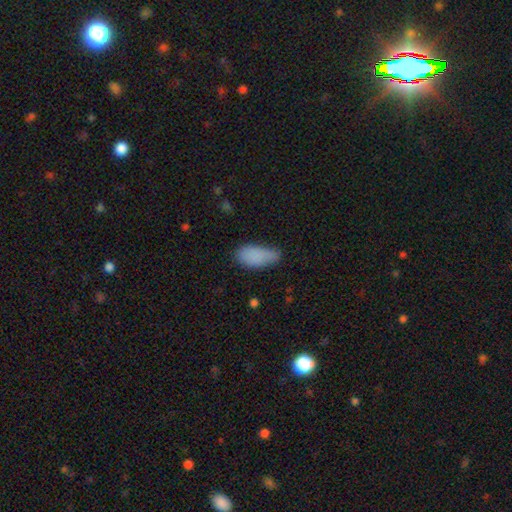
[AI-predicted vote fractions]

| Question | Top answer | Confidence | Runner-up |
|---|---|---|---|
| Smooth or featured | smooth | 86% | star or artifact (7%) |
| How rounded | in between | 90% | cigar-shaped (7%) |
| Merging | none | 55% | minor disturbance (35%) |